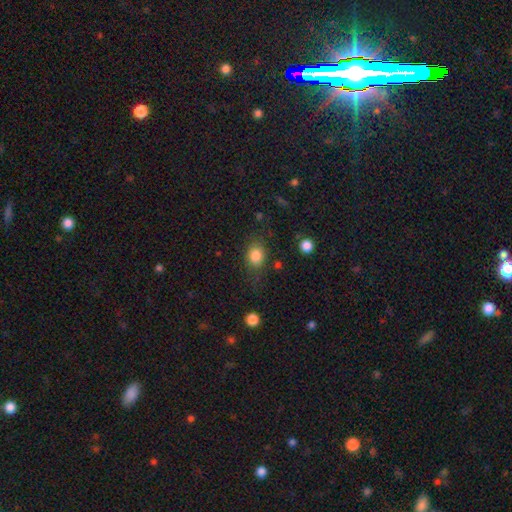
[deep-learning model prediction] This appears to be a smooth galaxy with no disk features (84%) that is round (50%). Merging: none (74%).